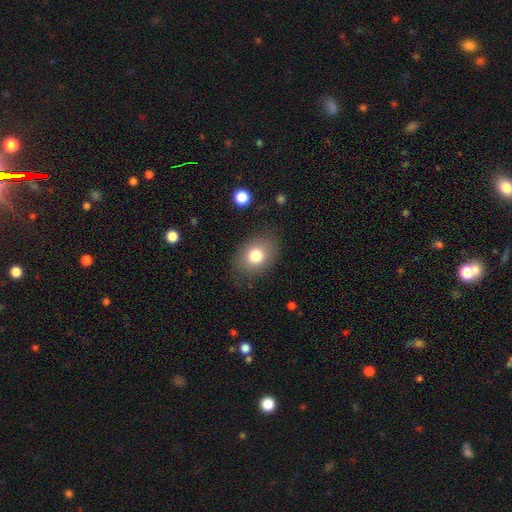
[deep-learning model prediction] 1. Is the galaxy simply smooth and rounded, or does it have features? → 79% smooth, 11% featured or disk, 10% star or artifact.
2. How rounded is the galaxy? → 59% in between, 40% round, 1% cigar-shaped.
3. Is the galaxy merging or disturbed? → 81% none, 13% minor disturbance, 5% major disturbance, 1% merger.